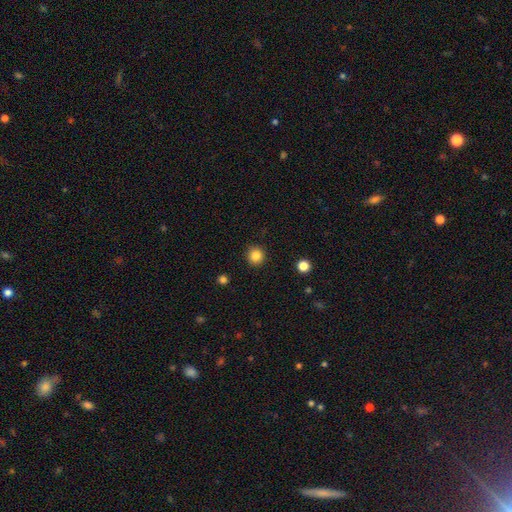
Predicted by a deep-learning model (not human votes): Smooth or featured? Predicted: smooth (p=0.84). How rounded? Predicted: round (p=0.94). Merging? Predicted: none (p=0.92).